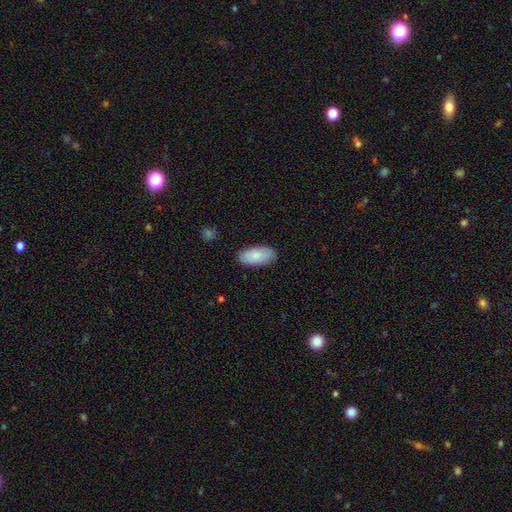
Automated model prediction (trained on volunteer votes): Q: Smooth or featured?
A: smooth (85%); runner-up: featured or disk (10%)
Q: How rounded?
A: in between (94%); runner-up: cigar-shaped (4%)
Q: Merging?
A: none (87%); runner-up: minor disturbance (10%)